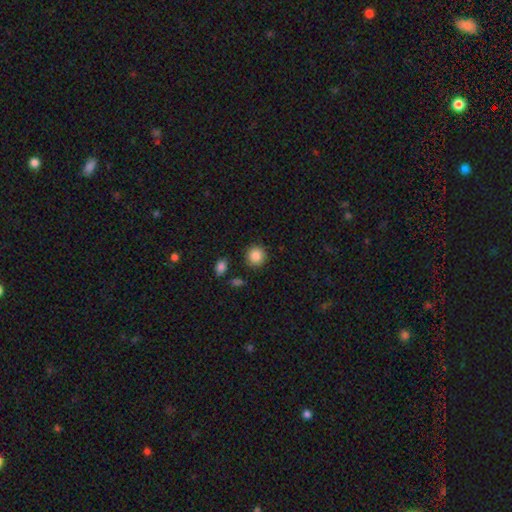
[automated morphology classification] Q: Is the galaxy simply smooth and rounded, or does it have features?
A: smooth — 86%.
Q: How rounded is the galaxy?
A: round — 91%.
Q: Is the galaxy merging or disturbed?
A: none — 88%.